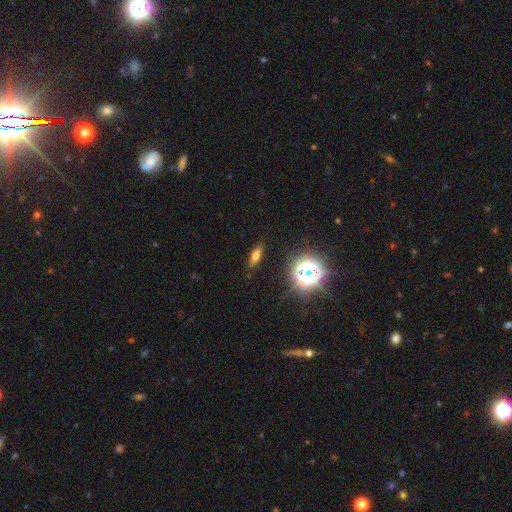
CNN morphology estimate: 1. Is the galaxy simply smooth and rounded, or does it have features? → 59% smooth, 22% star or artifact, 19% featured or disk.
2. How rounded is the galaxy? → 49% in between, 43% cigar-shaped, 8% round.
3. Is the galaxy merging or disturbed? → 87% none, 9% minor disturbance, 3% major disturbance, 2% merger.